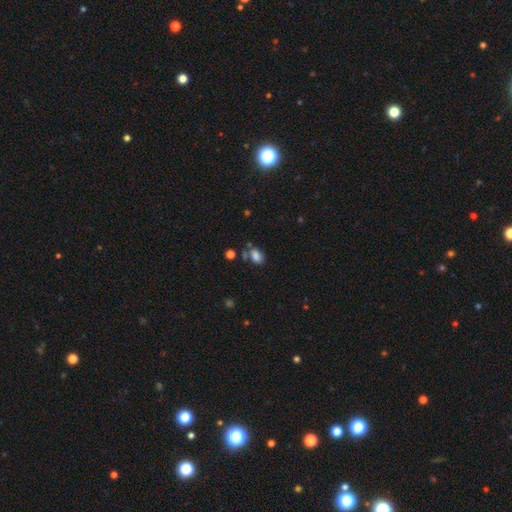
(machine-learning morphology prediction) smooth_or_featured: smooth (p=0.77) [alt: star or artifact p=0.13]
how_rounded: in between (p=0.82) [alt: round p=0.16]
merging: none (p=0.50) [alt: minor disturbance p=0.22]